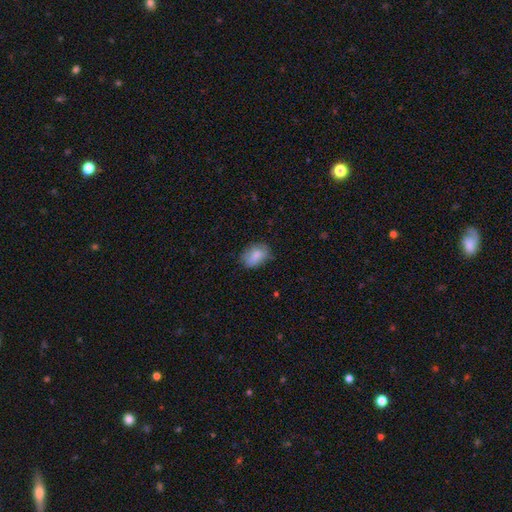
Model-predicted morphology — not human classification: A smooth galaxy with no disk features (79%) that is in between round and cigar-shaped (85%).

Vote fractions:
- Smooth or featured? smooth: 79% / featured or disk: 13% / star or artifact: 7%
- How rounded? in between: 85% / round: 13% / cigar-shaped: 2%
- Merging? none: 72% / minor disturbance: 22% / major disturbance: 5% / merger: 1%